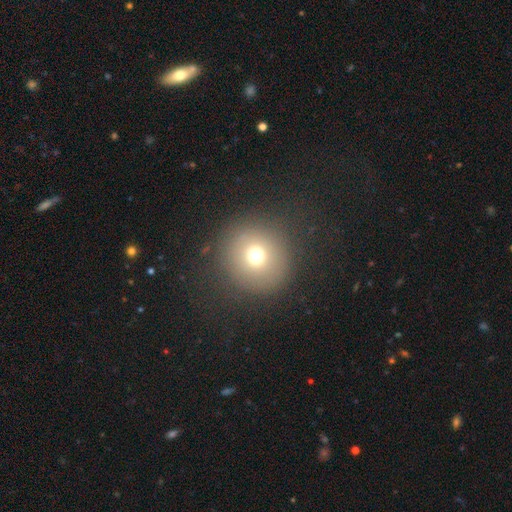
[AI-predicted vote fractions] A smooth galaxy with no disk features (67%) that is round (94%). Merging: none (86%).